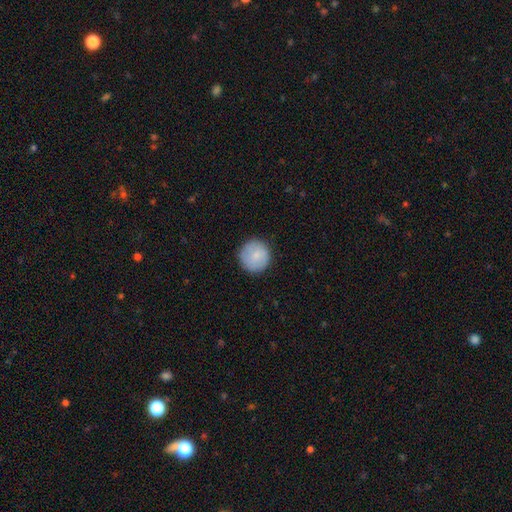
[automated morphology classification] Smooth or featured? Predicted: smooth (p=0.81). How rounded? Predicted: round (p=0.96). Merging? Predicted: none (p=0.88).